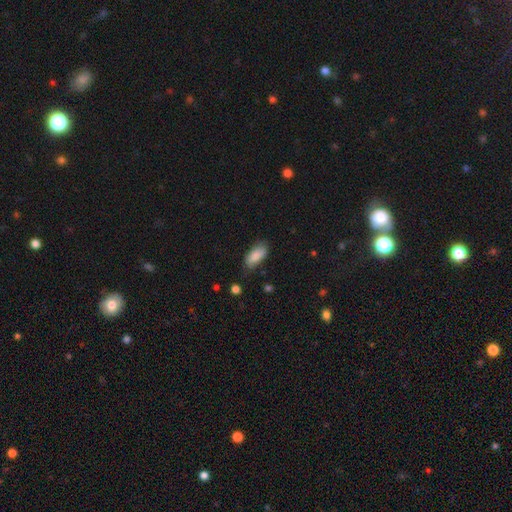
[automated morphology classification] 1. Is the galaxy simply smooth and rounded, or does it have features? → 86% smooth, 8% featured or disk, 7% star or artifact.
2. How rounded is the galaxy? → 88% in between, 10% cigar-shaped, 2% round.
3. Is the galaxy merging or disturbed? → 74% none, 20% minor disturbance, 4% major disturbance, 2% merger.